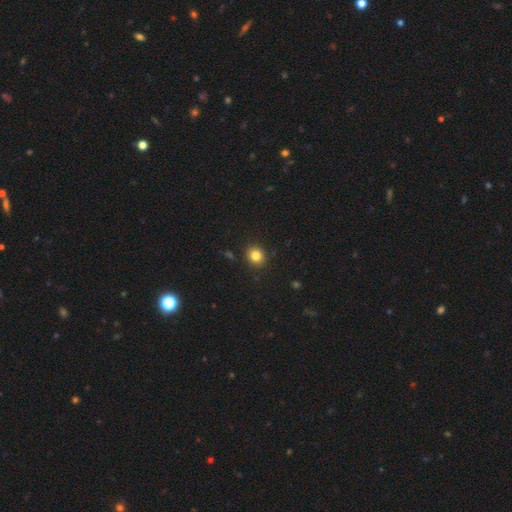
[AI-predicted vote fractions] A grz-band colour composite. It shows a smooth galaxy with no disk features (83%) that is round (76%). Merging: none (90%).